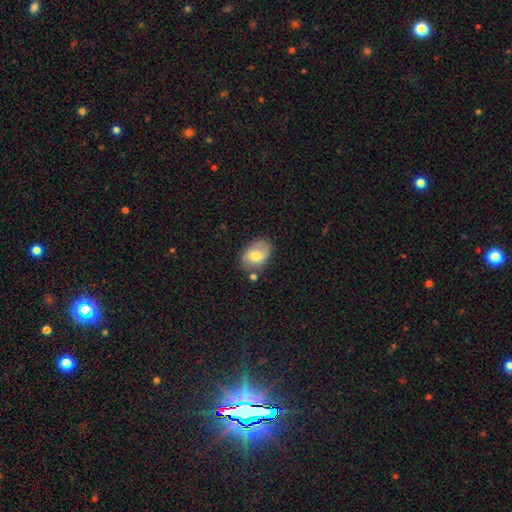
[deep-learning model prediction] Smooth or featured? smooth (69%)
How rounded? in between (78%)
Merging? none (67%)